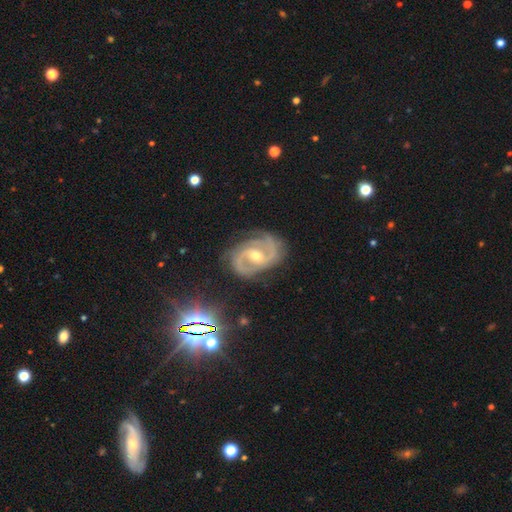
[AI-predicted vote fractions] Morphology: type=featured or disk (89%); edge-on=no (98%); bar=weak (43%); spiral arms=yes (98%); winding=medium (53%); arm count=2 (82%); bulge=moderate (59%); merging=none (77%).